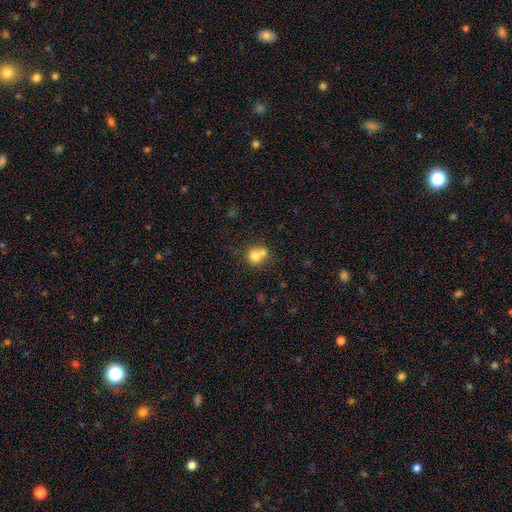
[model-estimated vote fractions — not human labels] The model was most divided on "merging": merger: 49%, none: 40%, minor disturbance: 8%, major disturbance: 3%. More confident: how rounded — round (85%); smooth or featured — smooth (76%).